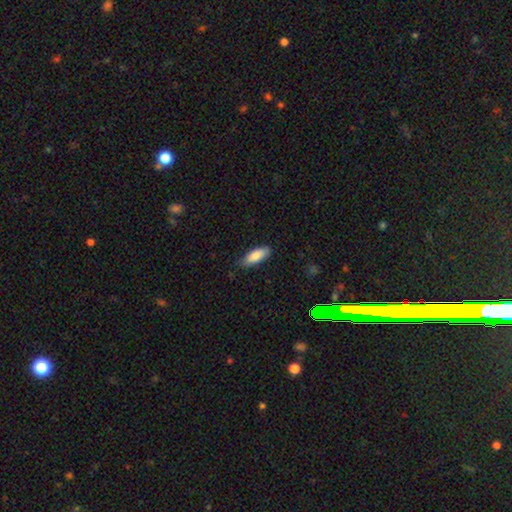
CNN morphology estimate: smooth 85%, featured or disk 9%, star or artifact 6%. Down the decision tree: how rounded — in between (74%); merging — none (80%).